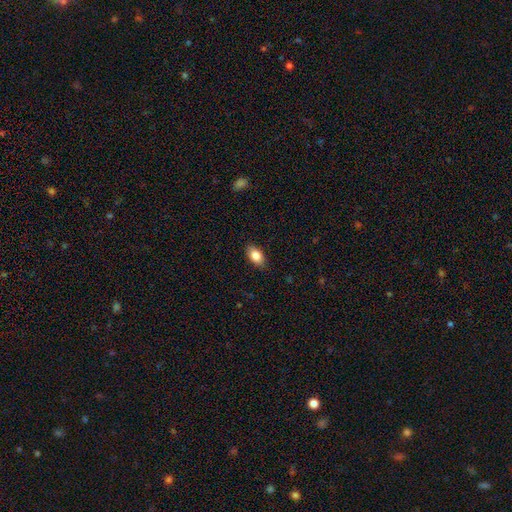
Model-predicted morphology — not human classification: A smooth galaxy with no disk features (84%) that is in between round and cigar-shaped (90%).

Vote fractions:
- Smooth or featured? smooth: 84% / featured or disk: 9% / star or artifact: 8%
- How rounded? in between: 90% / round: 8% / cigar-shaped: 2%
- Merging? none: 87% / minor disturbance: 10% / major disturbance: 2% / merger: 1%